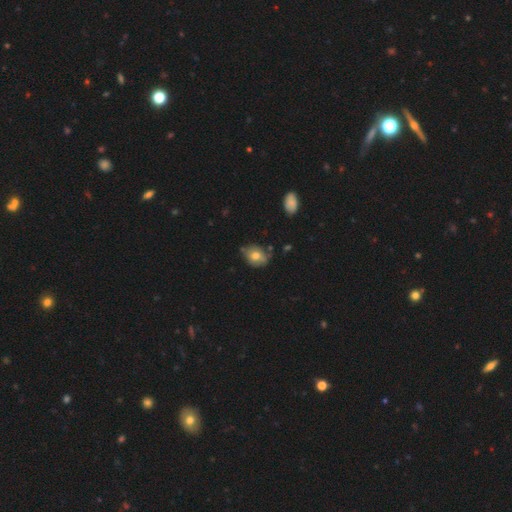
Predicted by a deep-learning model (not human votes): This appears to be a smooth galaxy with no disk features (67%) that is in between round and cigar-shaped (64%). Merging: none (60%).